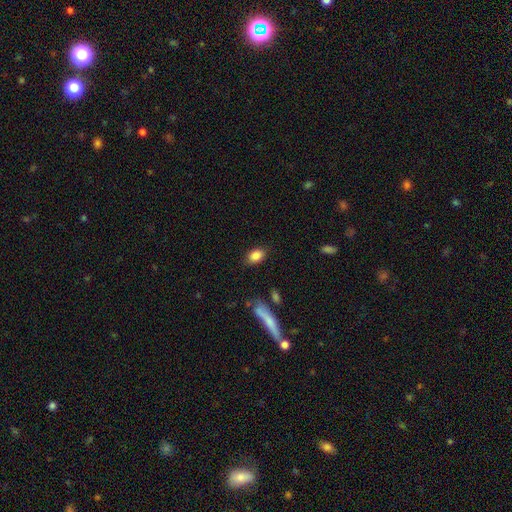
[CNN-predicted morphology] Overall: smooth (86%). How rounded: in between (84%). Merging: none (83%).